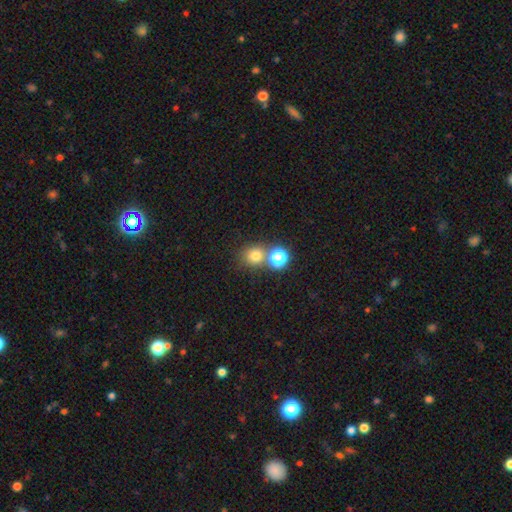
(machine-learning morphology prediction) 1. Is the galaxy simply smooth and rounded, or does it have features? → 74% smooth, 19% star or artifact, 8% featured or disk.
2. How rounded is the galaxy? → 83% round, 16% in between, 1% cigar-shaped.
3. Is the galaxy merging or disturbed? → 63% none, 25% merger, 8% minor disturbance, 3% major disturbance.